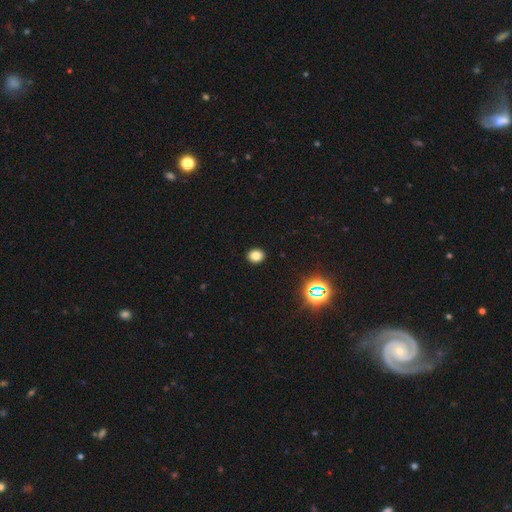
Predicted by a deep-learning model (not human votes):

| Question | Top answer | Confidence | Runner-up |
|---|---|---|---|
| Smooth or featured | smooth | 80% | star or artifact (15%) |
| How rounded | round | 63% | in between (36%) |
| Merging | none | 92% | minor disturbance (6%) |